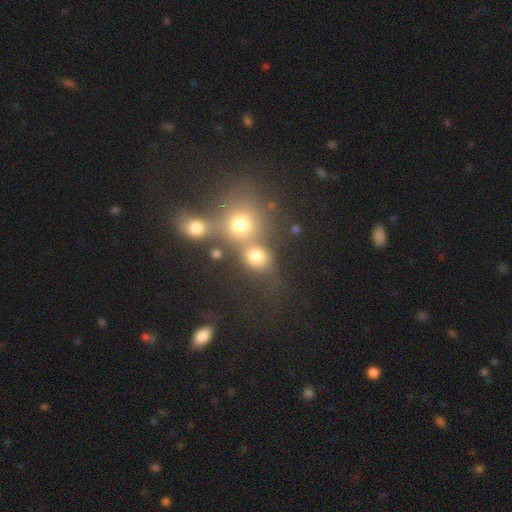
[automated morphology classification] Smooth or featured? smooth (62%)
How rounded? round (74%)
Merging? merger (60%)